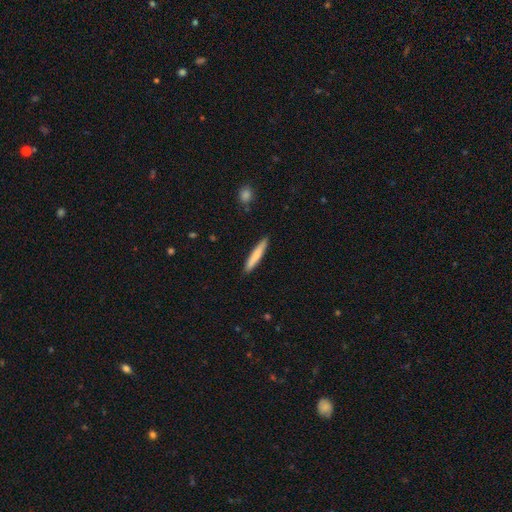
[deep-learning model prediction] Morphology: type=smooth (77%); roundness=cigar-shaped (93%); merging=none (89%).